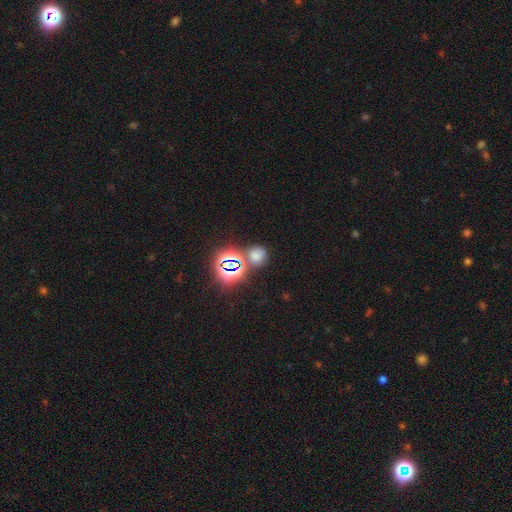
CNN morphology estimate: This appears to be a smooth galaxy with no disk features (52%) that is round (78%). Merging: none (67%).